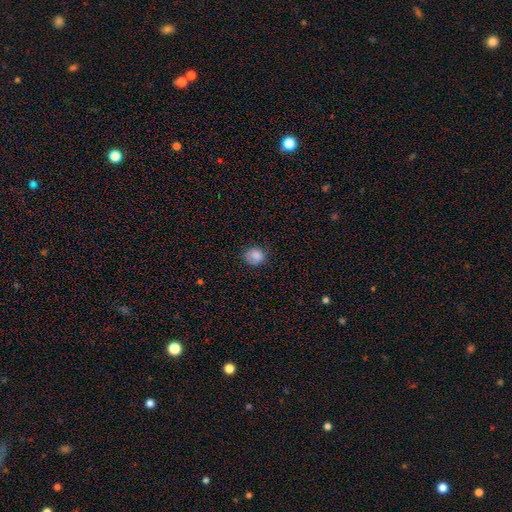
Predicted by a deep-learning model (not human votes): smooth_or_featured: smooth (p=0.83) [alt: star or artifact p=0.10]
how_rounded: round (p=0.77) [alt: in between p=0.23]
merging: none (p=0.72) [alt: minor disturbance p=0.21]